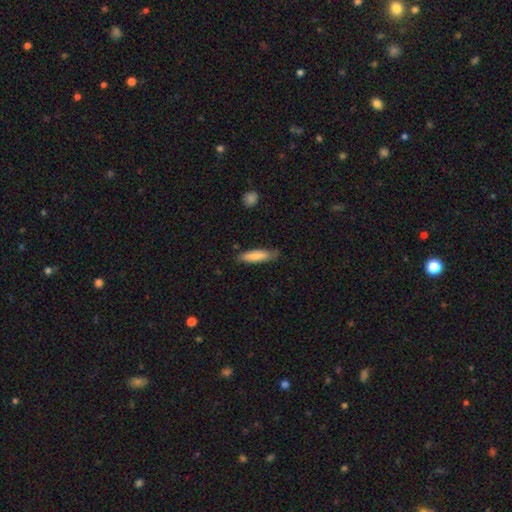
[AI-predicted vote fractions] Smooth or featured?
  - smooth: 78% *
  - featured or disk: 16%
  - star or artifact: 6%
How rounded?
  - cigar-shaped: 64% *
  - in between: 35%
  - round: 1%
Merging?
  - none: 74% *
  - minor disturbance: 21%
  - major disturbance: 4%
  - merger: 1%